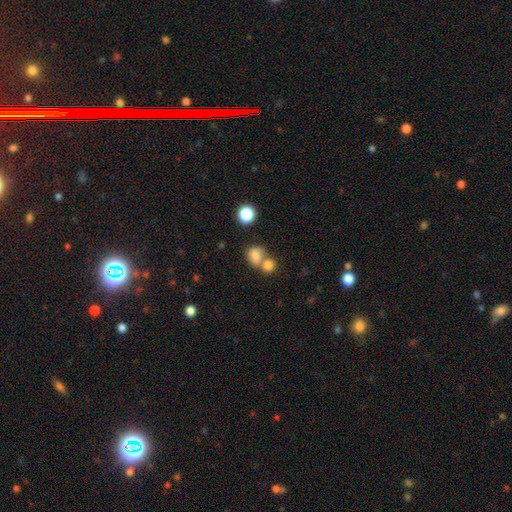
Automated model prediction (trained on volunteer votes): Smooth or featured?
  - smooth: 80% *
  - star or artifact: 11%
  - featured or disk: 9%
How rounded?
  - round: 63% *
  - in between: 36%
  - cigar-shaped: 1%
Merging?
  - merger: 52% *
  - none: 36%
  - minor disturbance: 9%
  - major disturbance: 4%